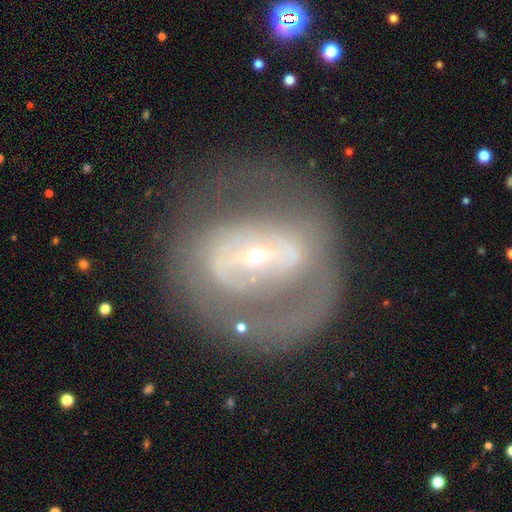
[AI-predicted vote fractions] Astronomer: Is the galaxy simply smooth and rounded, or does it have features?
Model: featured or disk — 72%.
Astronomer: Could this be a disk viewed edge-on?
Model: no — 94%.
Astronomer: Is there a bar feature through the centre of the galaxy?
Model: strong — 35% (runner-up: no, 34%).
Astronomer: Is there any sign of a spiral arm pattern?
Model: no — 55% (runner-up: yes, 45%).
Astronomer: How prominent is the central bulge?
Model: small — 71%.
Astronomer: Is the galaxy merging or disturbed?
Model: none — 56%.